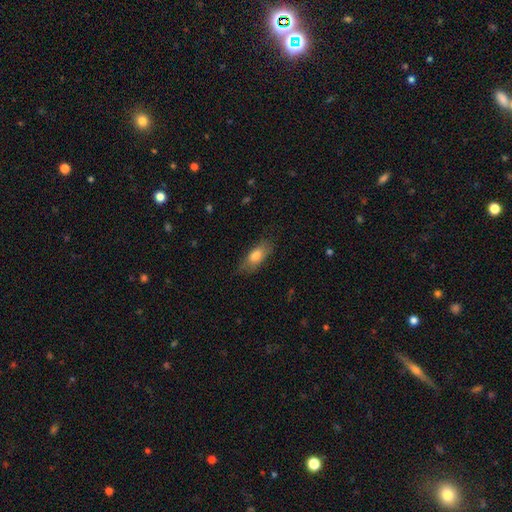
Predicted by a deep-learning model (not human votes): This is likely a smooth galaxy (76%). How rounded: likely in between (79%). Merging: likely none (75%).